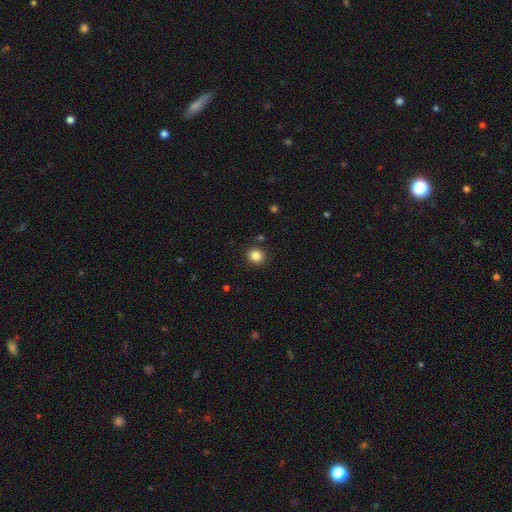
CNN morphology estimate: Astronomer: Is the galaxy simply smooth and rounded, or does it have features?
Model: smooth — 85%.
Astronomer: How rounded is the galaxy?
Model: round — 82%.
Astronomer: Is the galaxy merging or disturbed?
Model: none — 89%.